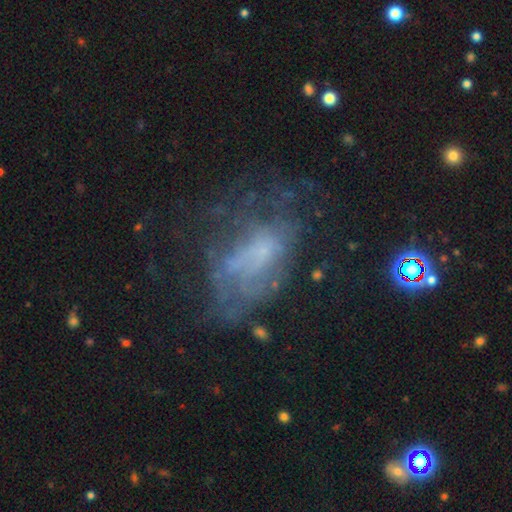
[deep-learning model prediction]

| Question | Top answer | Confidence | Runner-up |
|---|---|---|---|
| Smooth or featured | featured or disk | 54% | smooth (27%) |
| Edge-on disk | no | 95% | yes (5%) |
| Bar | no | 77% | weak (18%) |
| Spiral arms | no | 68% | yes (32%) |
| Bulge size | none | 53% | small (29%) |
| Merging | none | 42% | major disturbance (32%) |